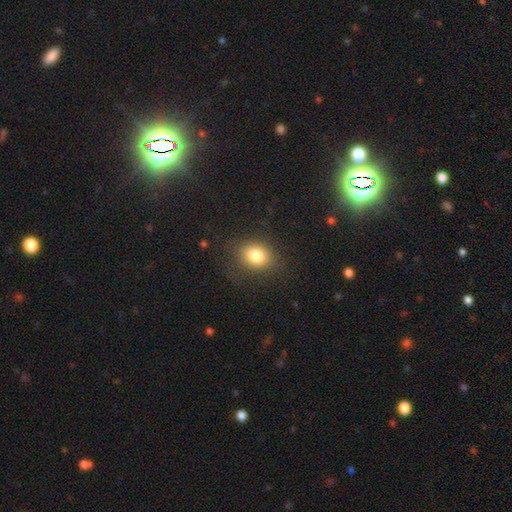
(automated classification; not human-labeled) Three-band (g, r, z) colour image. It shows a smooth galaxy with no disk features (80%) that is in between round and cigar-shaped (51%). Merging: none (81%).